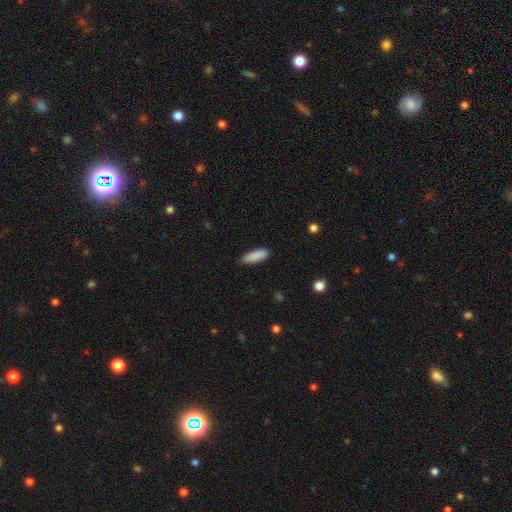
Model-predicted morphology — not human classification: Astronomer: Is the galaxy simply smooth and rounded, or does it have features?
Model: smooth — 89%.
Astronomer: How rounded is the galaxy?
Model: in between — 54% (runner-up: cigar-shaped, 45%).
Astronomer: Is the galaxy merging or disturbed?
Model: none — 85%.